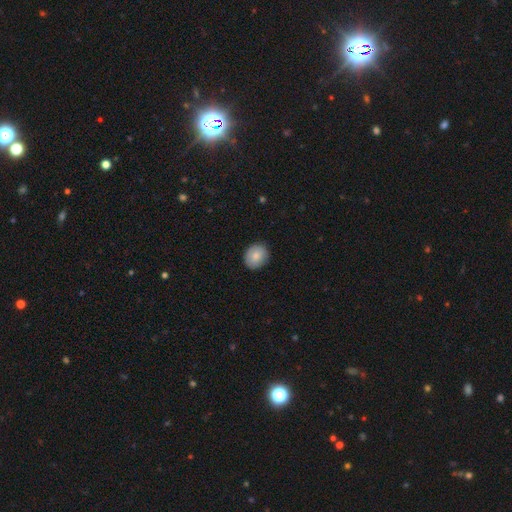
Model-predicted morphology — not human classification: smooth_or_featured: smooth (p=0.83) [alt: featured or disk p=0.10]
how_rounded: round (p=0.66) [alt: in between p=0.33]
merging: none (p=0.88) [alt: minor disturbance p=0.09]